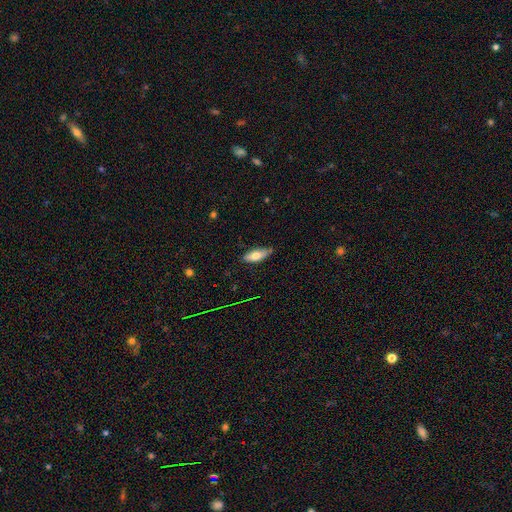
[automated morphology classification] A smooth galaxy with no disk features (70%) that is in between round and cigar-shaped (74%). Merging: none (71%).